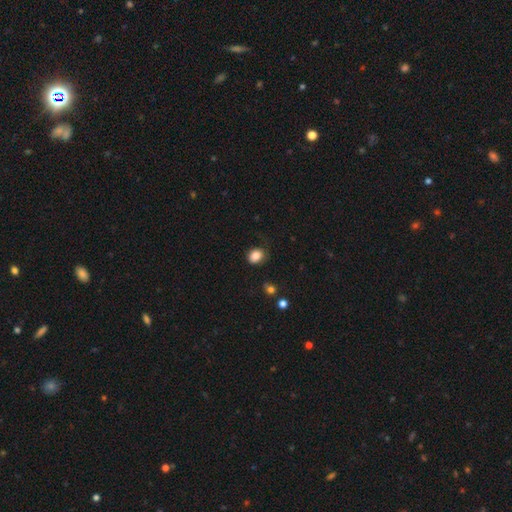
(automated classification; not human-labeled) The model was most divided on "how rounded": round: 60%, in between: 40%, cigar-shaped: 1%. More confident: smooth or featured — smooth (84%); merging — none (74%).